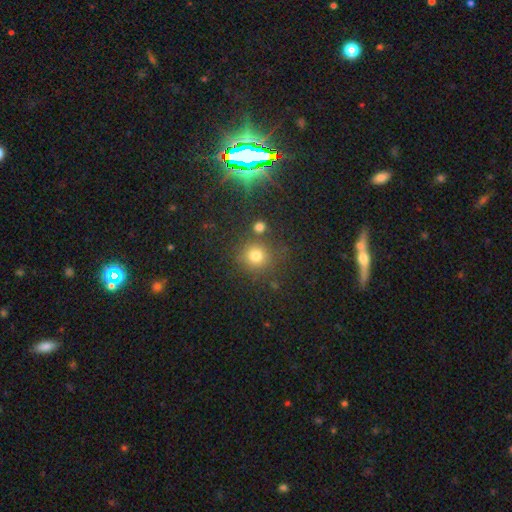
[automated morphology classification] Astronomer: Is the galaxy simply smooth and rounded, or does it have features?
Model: smooth — 75%.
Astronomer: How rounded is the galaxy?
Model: round — 89%.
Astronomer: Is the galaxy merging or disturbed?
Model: none — 76%.